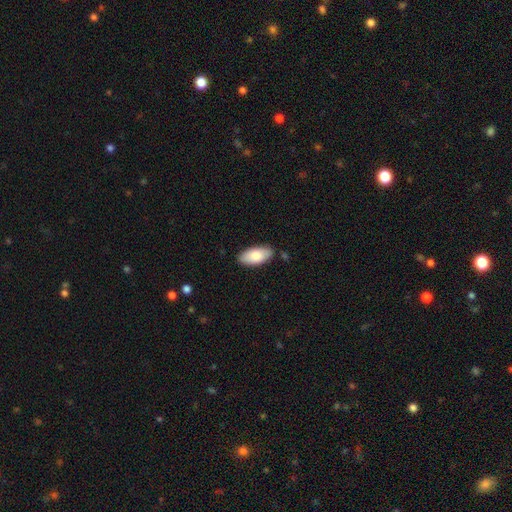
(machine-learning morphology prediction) A smooth galaxy with no disk features (81%) that is in between round and cigar-shaped (92%).

Vote fractions:
- Smooth or featured? smooth: 81% / featured or disk: 14% / star or artifact: 6%
- How rounded? in between: 92% / cigar-shaped: 6% / round: 2%
- Merging? none: 85% / minor disturbance: 11% / merger: 2% / major disturbance: 2%